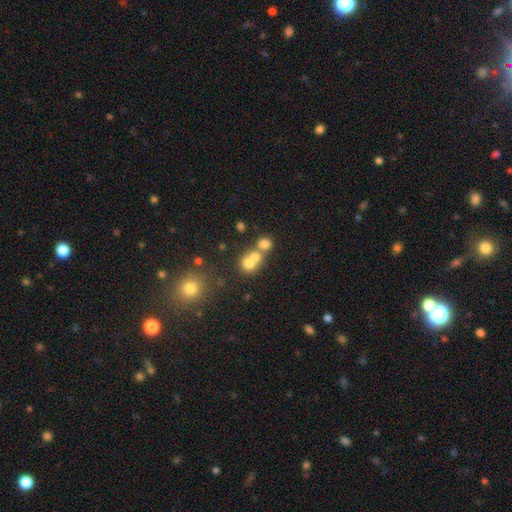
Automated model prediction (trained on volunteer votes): Smooth or featured? Predicted: smooth (p=0.61). How rounded? Predicted: round (p=0.79). Merging? Predicted: merger (p=0.49).